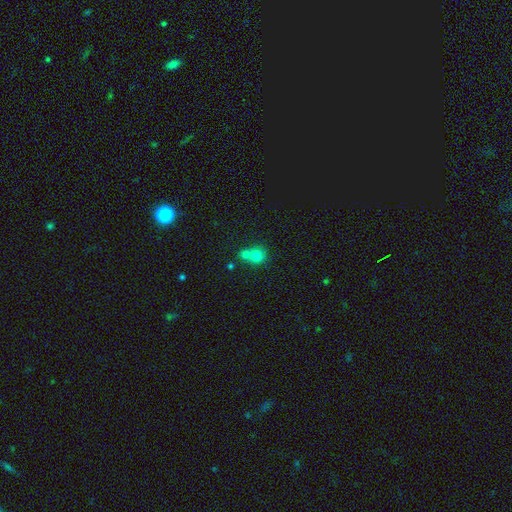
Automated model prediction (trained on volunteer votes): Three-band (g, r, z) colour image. It shows a smooth galaxy with no disk features (75%) that is round (84%). Merging: merger (53%).